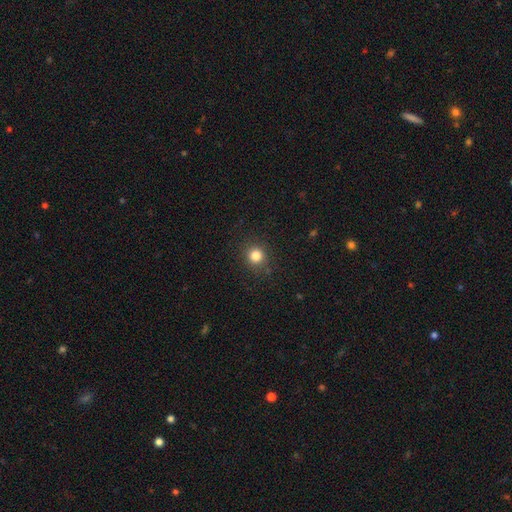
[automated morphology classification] Smooth or featured? smooth (82%)
How rounded? round (90%)
Merging? none (88%)